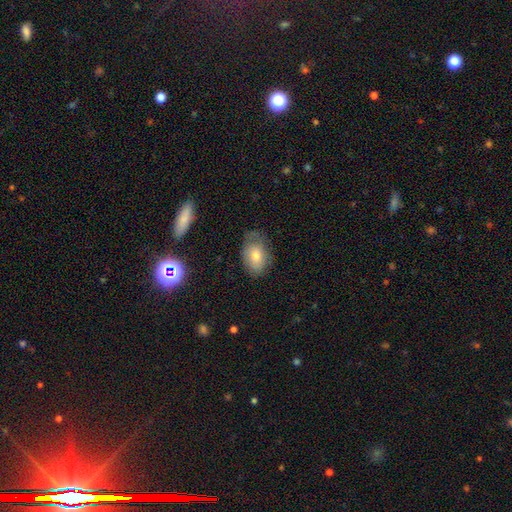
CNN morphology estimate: A smooth galaxy with no disk features (68%) that is in between round and cigar-shaped (84%).

Vote fractions:
- Smooth or featured? smooth: 68% / featured or disk: 21% / star or artifact: 10%
- How rounded? in between: 84% / round: 14% / cigar-shaped: 2%
- Merging? none: 62% / minor disturbance: 27% / major disturbance: 9% / merger: 2%